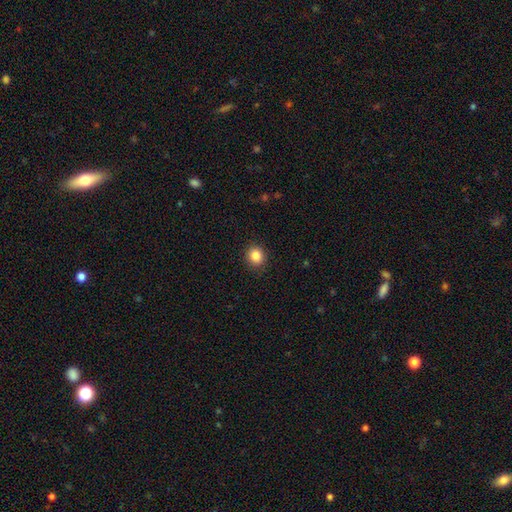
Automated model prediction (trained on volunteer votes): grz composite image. It shows a smooth galaxy with no disk features (85%) that is round (79%). Merging: none (90%).